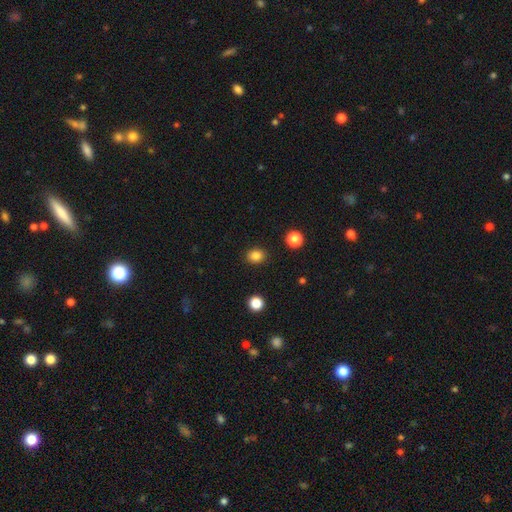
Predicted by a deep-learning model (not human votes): The model was most divided on "how rounded": round: 61%, in between: 38%, cigar-shaped: 1%. More confident: merging — none (90%); smooth or featured — smooth (85%).